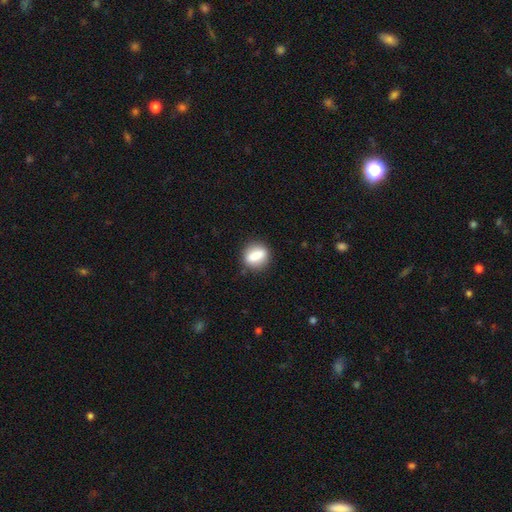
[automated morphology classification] Q: Smooth or featured?
A: smooth (77%); runner-up: featured or disk (15%)
Q: How rounded?
A: in between (49%); runner-up: round (42%)
Q: Merging?
A: none (84%); runner-up: minor disturbance (11%)